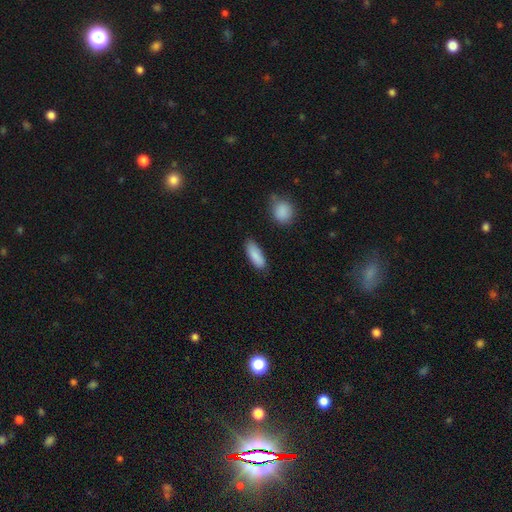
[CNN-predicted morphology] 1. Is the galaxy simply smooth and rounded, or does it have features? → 88% smooth, 6% star or artifact, 6% featured or disk.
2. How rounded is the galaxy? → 68% in between, 30% cigar-shaped, 2% round.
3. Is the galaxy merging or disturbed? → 81% none, 14% minor disturbance, 3% major disturbance, 3% merger.